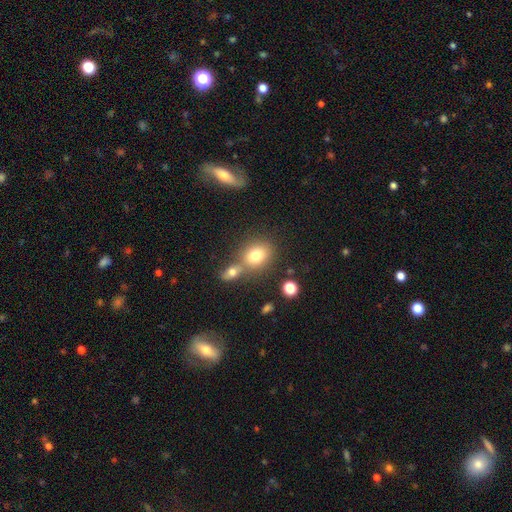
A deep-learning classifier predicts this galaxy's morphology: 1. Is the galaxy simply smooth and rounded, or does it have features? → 76% smooth, 12% featured or disk, 11% star or artifact.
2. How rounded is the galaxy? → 58% round, 40% in between, 1% cigar-shaped.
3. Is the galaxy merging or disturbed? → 53% none, 32% merger, 10% minor disturbance, 4% major disturbance.